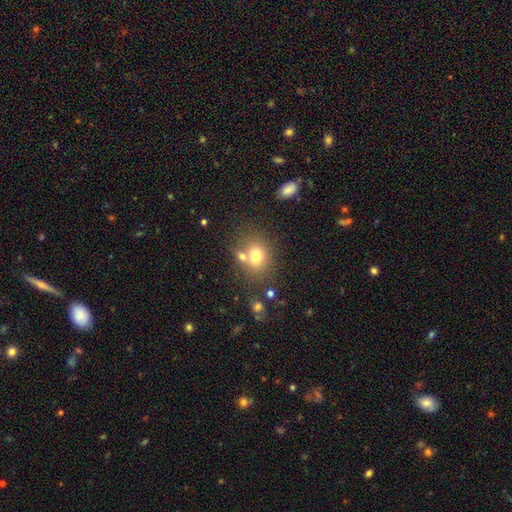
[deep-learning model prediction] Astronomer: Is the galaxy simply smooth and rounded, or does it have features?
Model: smooth — 73%.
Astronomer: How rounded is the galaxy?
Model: round — 53% (runner-up: in between, 46%).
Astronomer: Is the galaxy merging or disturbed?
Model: none — 55%.